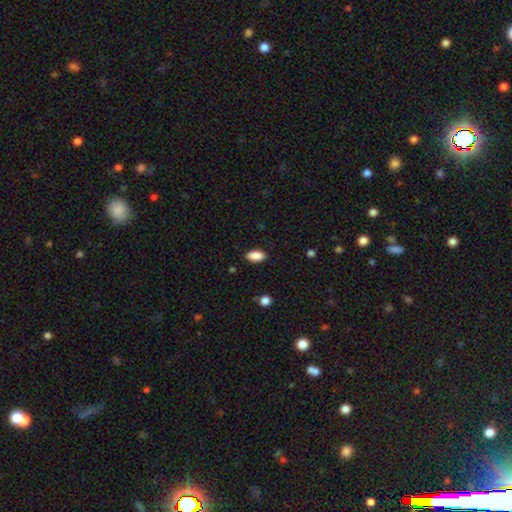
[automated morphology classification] This appears to be a smooth galaxy with no disk features (89%) that is in between round and cigar-shaped (91%). Merging: none (87%).